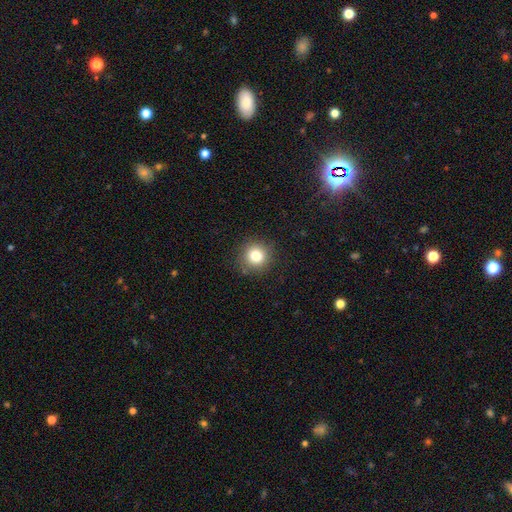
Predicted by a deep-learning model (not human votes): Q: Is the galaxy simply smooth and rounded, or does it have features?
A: smooth — 81%.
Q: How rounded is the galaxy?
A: round — 93%.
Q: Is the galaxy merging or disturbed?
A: none — 88%.